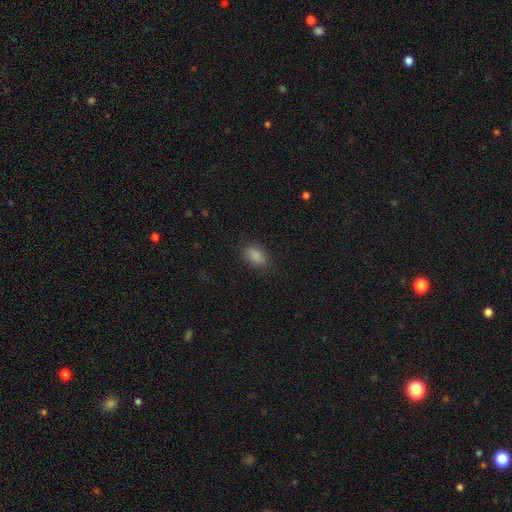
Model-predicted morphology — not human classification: This is clearly a smooth galaxy (87%). How rounded: clearly in between (87%). Merging: clearly none (83%).